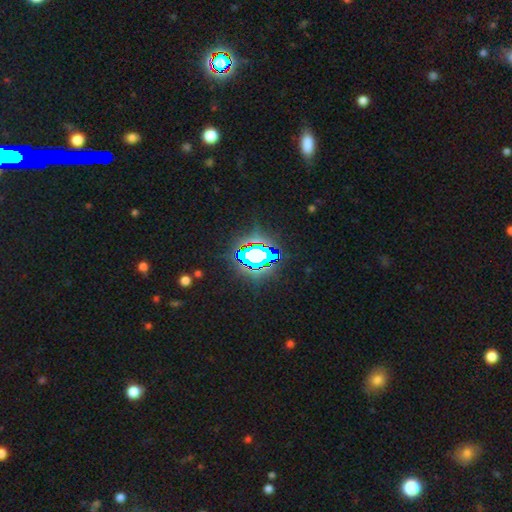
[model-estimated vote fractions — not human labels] Smooth or featured?
  - star or artifact: 72% *
  - smooth: 14%
  - featured or disk: 14%